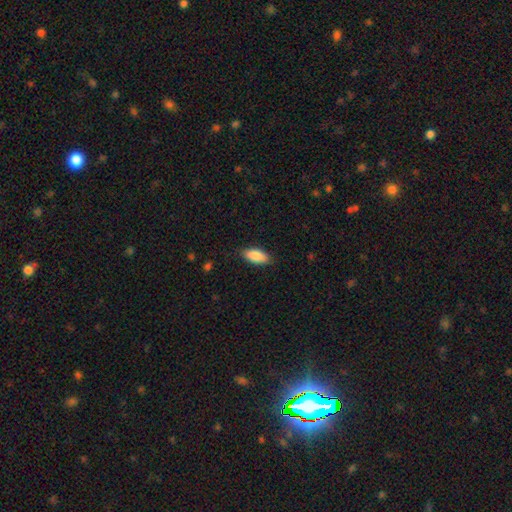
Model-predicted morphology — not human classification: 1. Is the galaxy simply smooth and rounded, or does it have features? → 88% smooth, 6% star or artifact, 6% featured or disk.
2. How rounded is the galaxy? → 89% in between, 9% cigar-shaped, 2% round.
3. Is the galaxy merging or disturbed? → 85% none, 12% minor disturbance, 2% major disturbance, 1% merger.